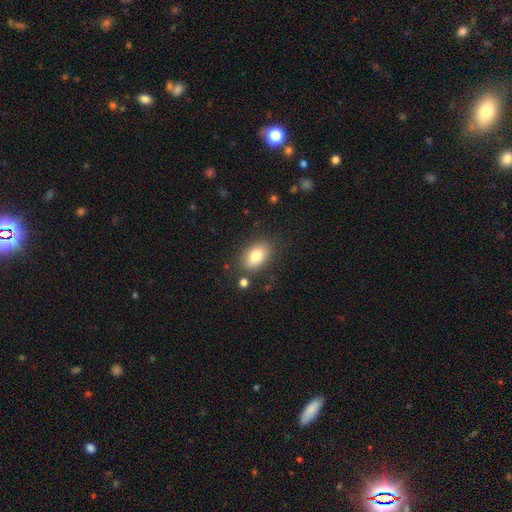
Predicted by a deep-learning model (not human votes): This appears to be a smooth galaxy with no disk features (81%) that is in between round and cigar-shaped (87%). Merging: none (81%).